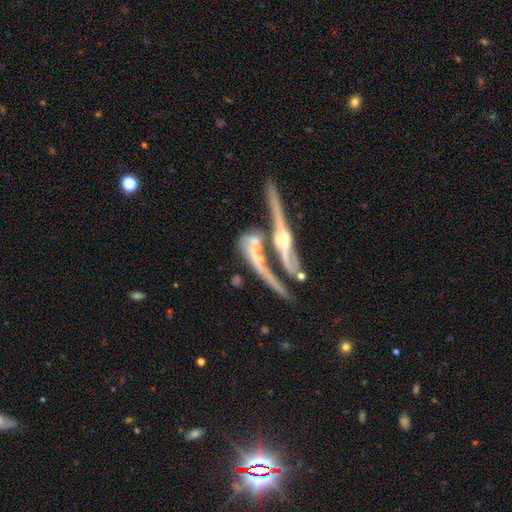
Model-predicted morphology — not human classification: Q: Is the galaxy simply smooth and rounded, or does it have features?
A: featured or disk — 78%.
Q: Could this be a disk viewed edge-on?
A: yes — 72%.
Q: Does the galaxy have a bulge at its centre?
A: rounded — 80%.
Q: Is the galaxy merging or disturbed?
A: merger — 47%.